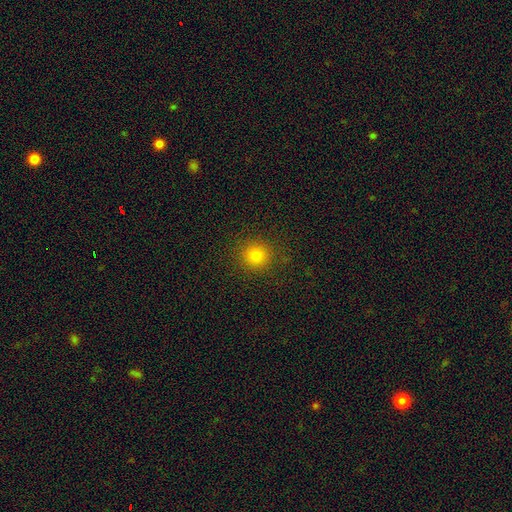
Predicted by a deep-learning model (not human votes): The model was most divided on "smooth or featured": smooth: 81%, star or artifact: 14%, featured or disk: 5%. More confident: how rounded — round (93%); merging — none (89%).